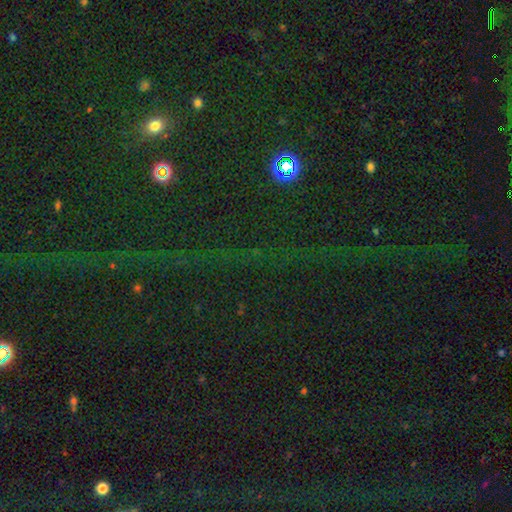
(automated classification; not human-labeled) Smooth or featured?
  - star or artifact: 80% *
  - smooth: 11%
  - featured or disk: 9%